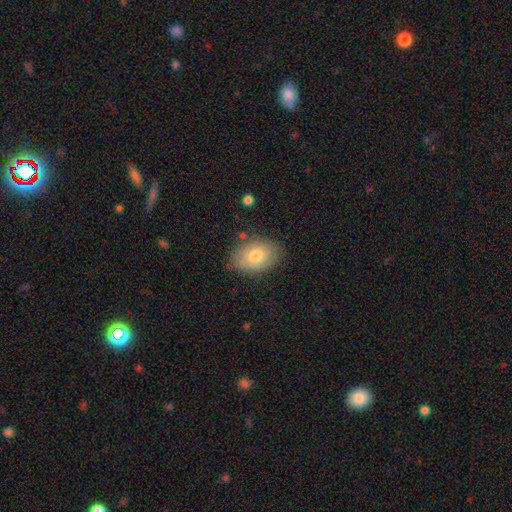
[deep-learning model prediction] Smooth or featured? Predicted: smooth (p=0.78). How rounded? Predicted: in between (p=0.87). Merging? Predicted: none (p=0.80).